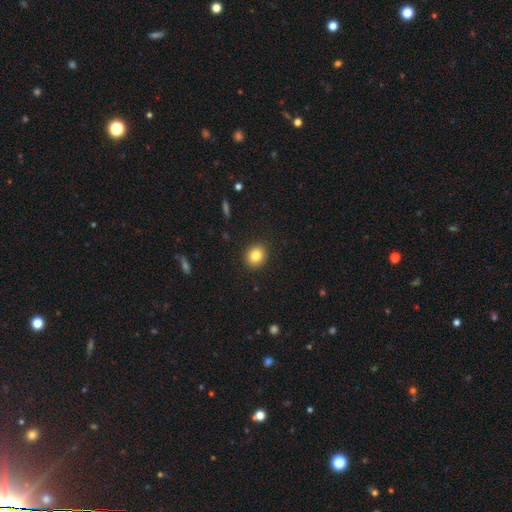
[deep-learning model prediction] This is clearly a smooth galaxy (83%). How rounded: likely round (76%). Merging: clearly none (91%).